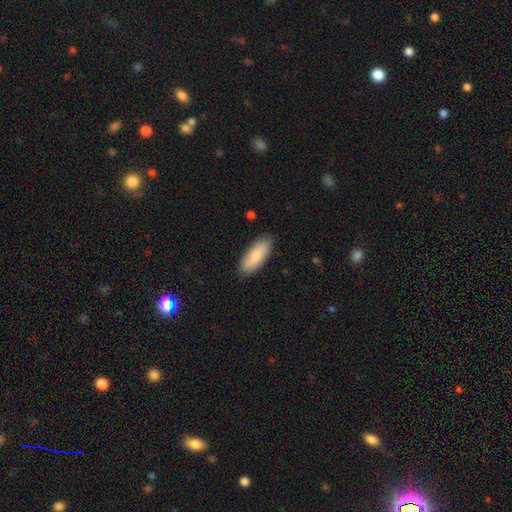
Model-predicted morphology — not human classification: A smooth galaxy with no disk features (85%) that is in between round and cigar-shaped (73%). Merging: none (86%).